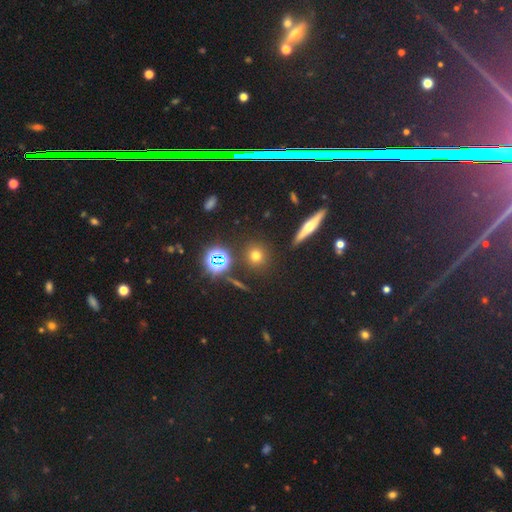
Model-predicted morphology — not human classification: Smooth or featured? Predicted: smooth (p=0.65). How rounded? Predicted: round (p=0.88). Merging? Predicted: none (p=0.88).